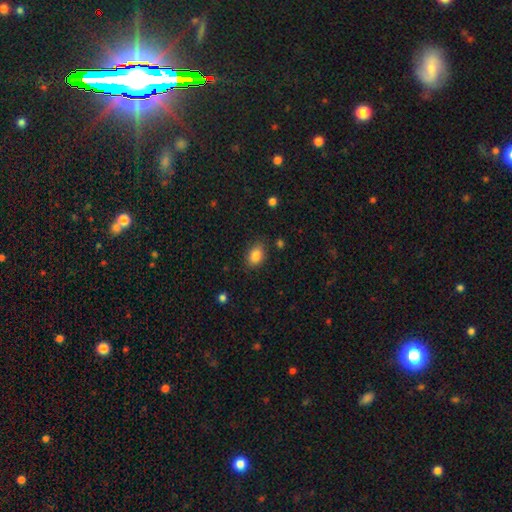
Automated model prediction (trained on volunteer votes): This is clearly a smooth galaxy (84%). How rounded: likely in between (76%). Merging: clearly none (80%).